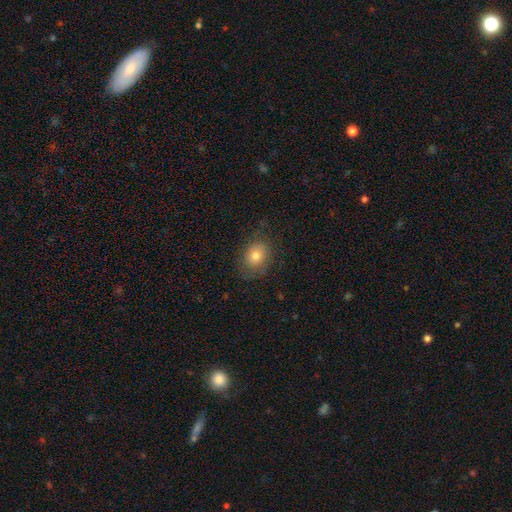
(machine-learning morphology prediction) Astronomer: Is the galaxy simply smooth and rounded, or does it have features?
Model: smooth — 75%.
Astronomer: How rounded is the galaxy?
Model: round — 50% (runner-up: in between, 49%).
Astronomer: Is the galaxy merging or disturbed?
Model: none — 75%.